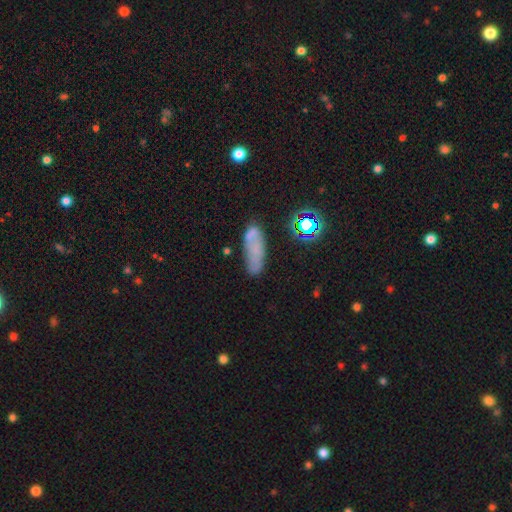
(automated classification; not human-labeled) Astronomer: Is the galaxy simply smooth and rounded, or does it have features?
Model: smooth — 60%.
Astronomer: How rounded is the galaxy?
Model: in between — 60% (runner-up: cigar-shaped, 36%).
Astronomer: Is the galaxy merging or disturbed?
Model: none — 54%.